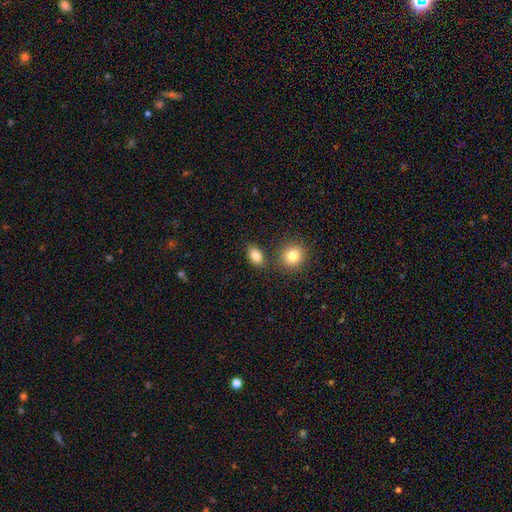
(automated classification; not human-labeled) smooth 85%, star or artifact 9%, featured or disk 6%. Down the decision tree: how rounded — in between (83%); merging — none (78%).